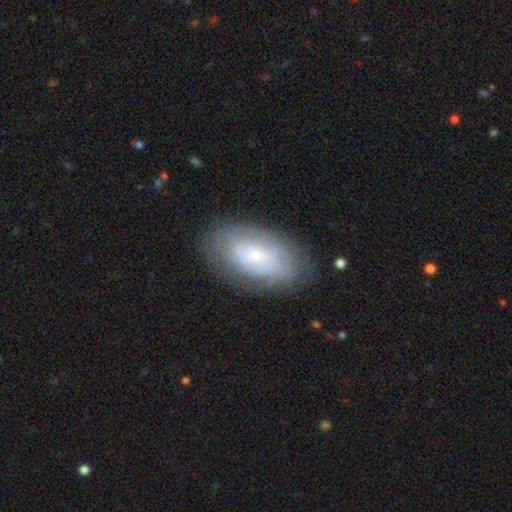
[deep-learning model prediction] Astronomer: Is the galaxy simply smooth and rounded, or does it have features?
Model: featured or disk — 58% (runner-up: smooth, 34%).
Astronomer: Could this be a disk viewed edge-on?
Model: no — 93%.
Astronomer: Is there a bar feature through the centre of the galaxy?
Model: no — 77%.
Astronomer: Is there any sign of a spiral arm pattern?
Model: yes — 71%.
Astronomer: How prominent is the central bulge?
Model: small — 80%.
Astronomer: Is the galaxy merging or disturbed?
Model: none — 76%.